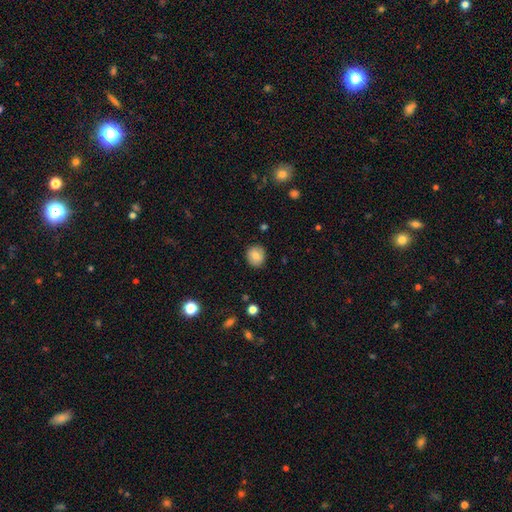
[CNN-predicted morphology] This is likely a smooth galaxy (79%). How rounded: likely round (77%). Merging: clearly none (86%).